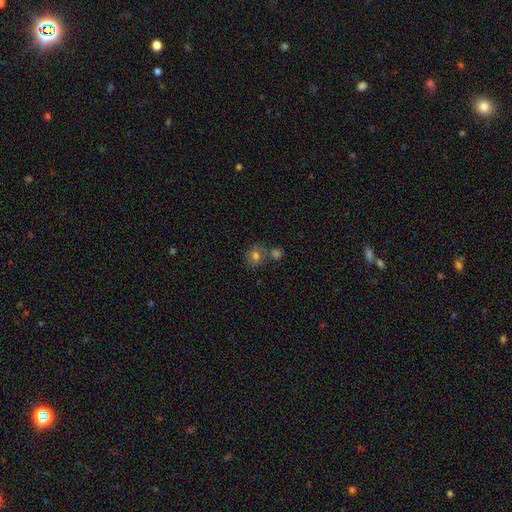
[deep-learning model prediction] Smooth or featured? Predicted: smooth (p=0.71). How rounded? Predicted: round (p=0.68). Merging? Predicted: none (p=0.58).